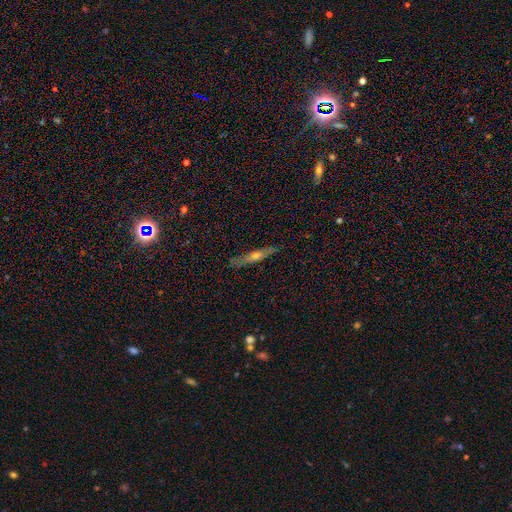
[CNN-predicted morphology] smooth-or-featured: featured or disk: 59% | smooth: 32% | star or artifact: 9%
  disk-edge-on: yes: 91% | no: 9%
    edge-on-bulge: rounded: 81% | none: 14% | boxy: 5%
  merging: none: 85% | minor disturbance: 12% | major disturbance: 2% | merger: 1%